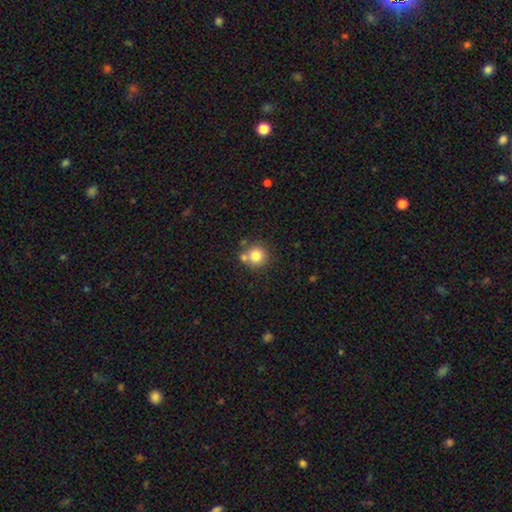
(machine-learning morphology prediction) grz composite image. It shows a smooth galaxy with no disk features (80%) that is round (93%). Merging: none (66%).